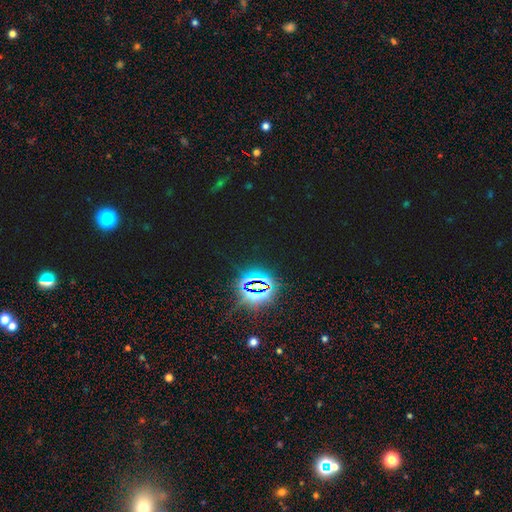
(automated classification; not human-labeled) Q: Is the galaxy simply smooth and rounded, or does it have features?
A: star or artifact — 83%.